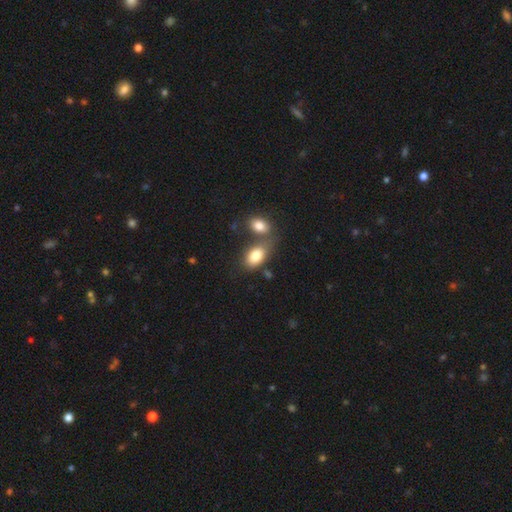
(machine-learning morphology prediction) This is clearly a smooth galaxy (81%). How rounded: clearly in between (90%). Merging: marginally none (44%).